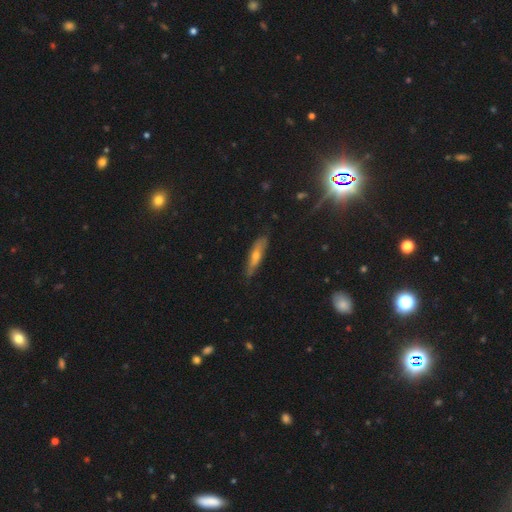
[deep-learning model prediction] smooth_or_featured: featured or disk (p=0.48) [alt: smooth p=0.42]
merging: none (p=0.78) [alt: minor disturbance p=0.18]